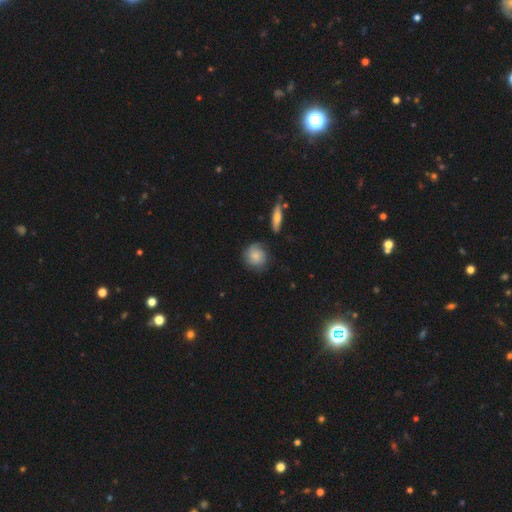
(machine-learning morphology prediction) Overall: smooth (58%; featured or disk 34%). How rounded: round (82%). Merging: none (69%).